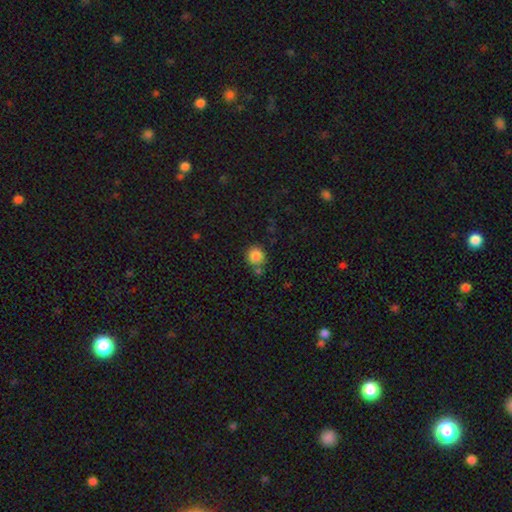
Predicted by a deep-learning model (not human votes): This is clearly a smooth galaxy (86%). How rounded: clearly round (90%). Merging: likely none (68%).